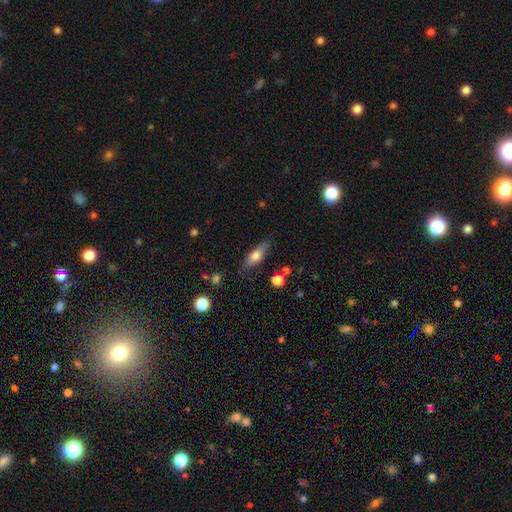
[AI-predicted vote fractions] Smooth or featured?
  - smooth: 65% *
  - featured or disk: 28%
  - star or artifact: 7%
How rounded?
  - in between: 60% *
  - cigar-shaped: 37%
  - round: 4%
Merging?
  - none: 77% *
  - minor disturbance: 16%
  - major disturbance: 4%
  - merger: 3%